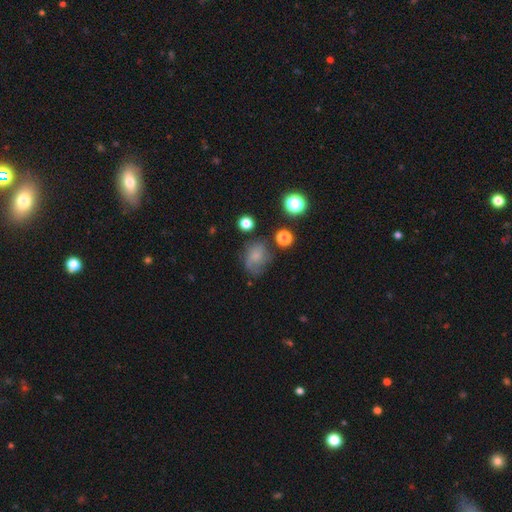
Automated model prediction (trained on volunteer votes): Morphology: type=smooth (59%); roundness=in between (51%); merging=none (51%).